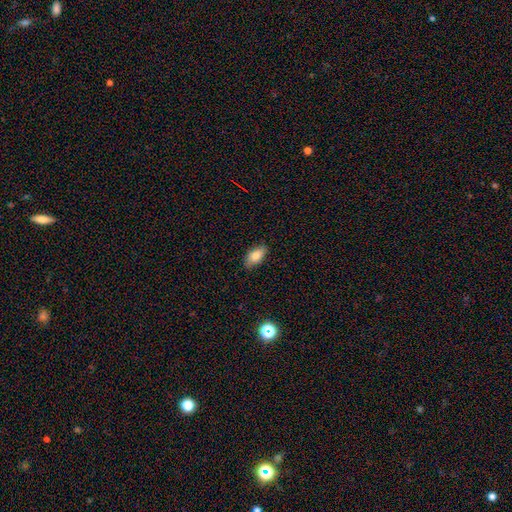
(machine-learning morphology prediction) This appears to be a smooth galaxy with no disk features (85%) that is in between round and cigar-shaped (90%). Merging: none (83%).